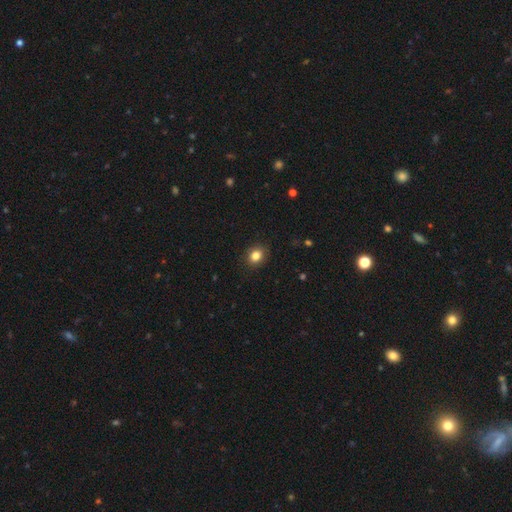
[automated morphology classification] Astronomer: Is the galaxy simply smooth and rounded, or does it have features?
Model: smooth — 83%.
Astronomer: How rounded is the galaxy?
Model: round — 61% (runner-up: in between, 38%).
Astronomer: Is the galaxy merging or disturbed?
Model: none — 89%.